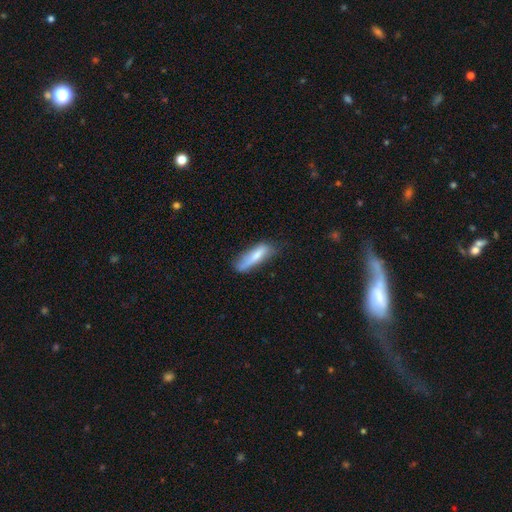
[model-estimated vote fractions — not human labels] Smooth or featured: smooth — 75% (featured or disk — 19%)
How rounded: cigar-shaped — 65% (in between — 33%)
Merging: none — 50% (minor disturbance — 34%)